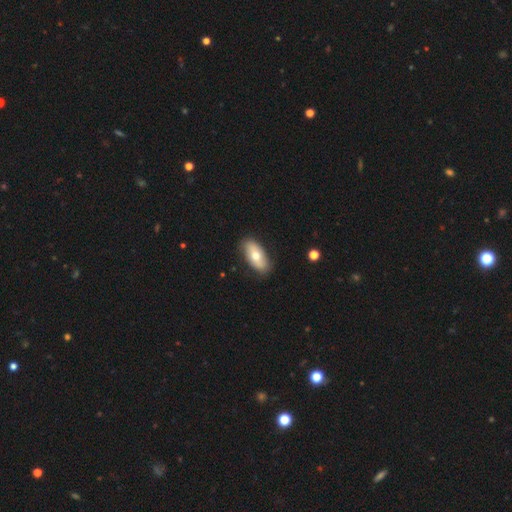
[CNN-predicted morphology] This is likely a smooth galaxy (62%). How rounded: clearly in between (90%). Merging: clearly none (84%).